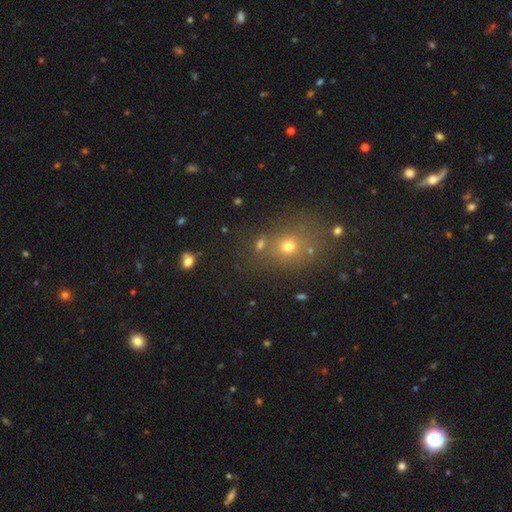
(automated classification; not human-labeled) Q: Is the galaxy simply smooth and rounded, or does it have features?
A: smooth — 54%.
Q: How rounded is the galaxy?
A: round — 70%.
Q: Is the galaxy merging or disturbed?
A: none — 68%.